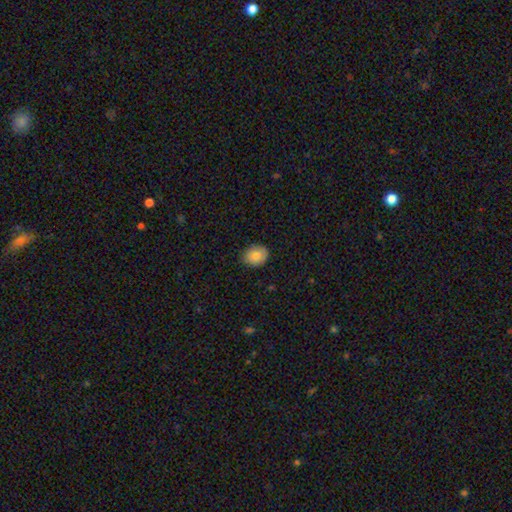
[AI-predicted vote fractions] smooth-or-featured: smooth: 83% | featured or disk: 9% | star or artifact: 8%
  how-rounded: round: 56% | in between: 44% | cigar-shaped: 1%
  merging: none: 84% | minor disturbance: 13% | major disturbance: 2% | merger: 1%